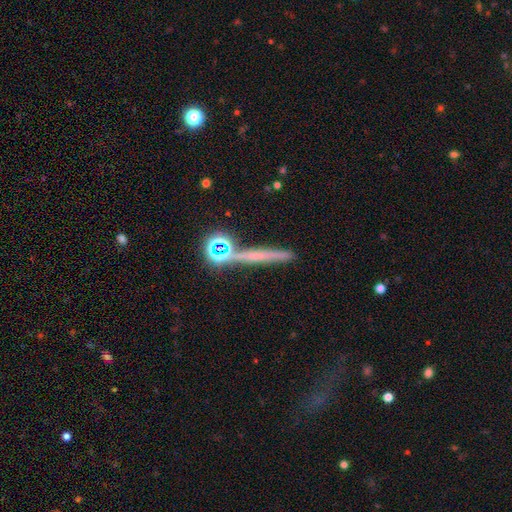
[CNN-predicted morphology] featured or disk 40%, smooth 37%, star or artifact 23%. Down the decision tree: merging — none (67%).